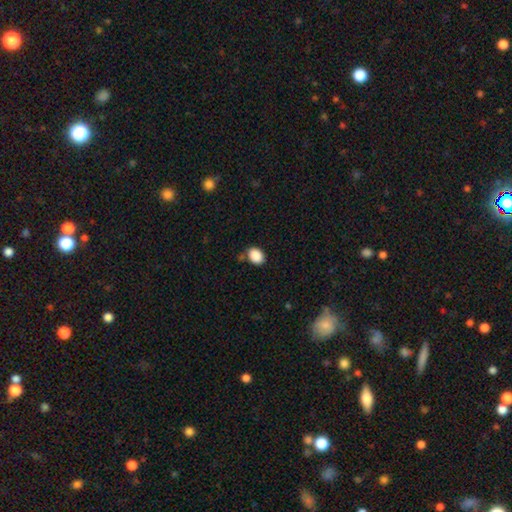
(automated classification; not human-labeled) smooth_or_featured: smooth (p=0.89) [alt: star or artifact p=0.08]
how_rounded: in between (p=0.67) [alt: round p=0.32]
merging: none (p=0.79) [alt: minor disturbance p=0.13]